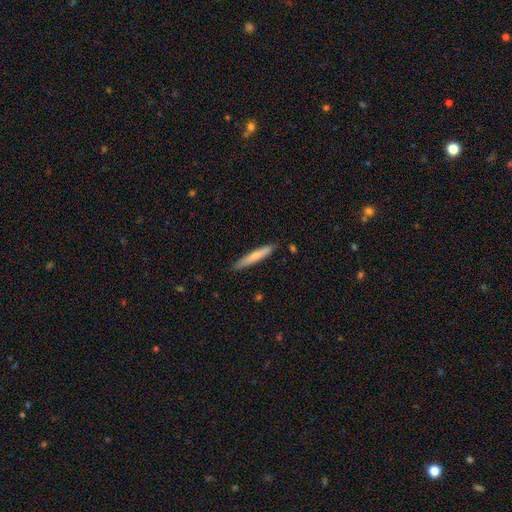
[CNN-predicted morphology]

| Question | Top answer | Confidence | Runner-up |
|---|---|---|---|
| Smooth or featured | smooth | 70% | featured or disk (25%) |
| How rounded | cigar-shaped | 93% | in between (6%) |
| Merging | none | 88% | minor disturbance (9%) |